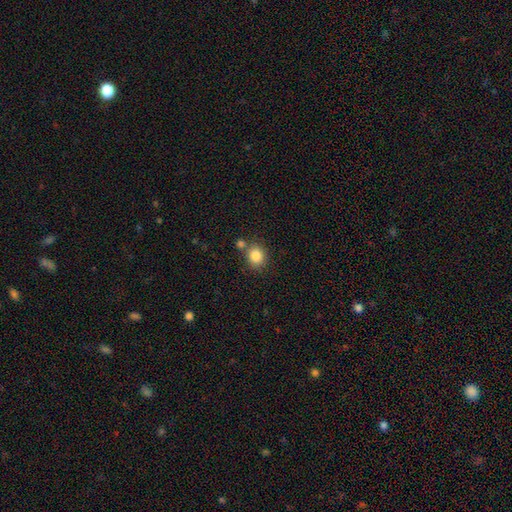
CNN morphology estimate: type=smooth (85%); roundness=round (79%); merging=none (71%).